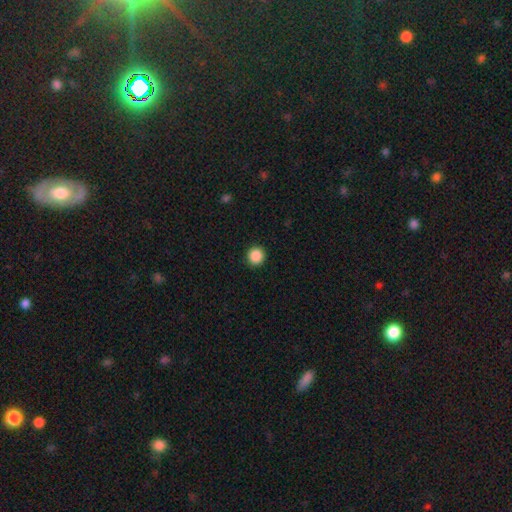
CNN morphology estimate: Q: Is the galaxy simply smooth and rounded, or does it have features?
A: smooth — 88%.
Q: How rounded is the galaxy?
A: round — 94%.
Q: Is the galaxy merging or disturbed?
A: none — 93%.